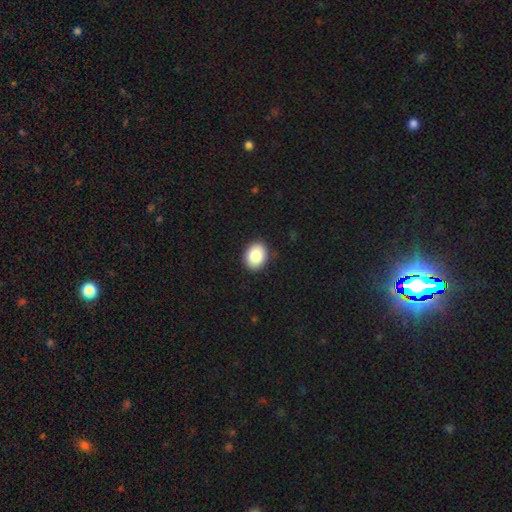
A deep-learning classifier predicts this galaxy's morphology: Overall: smooth (85%). How rounded: in between (61%; round 38%). Merging: none (90%).